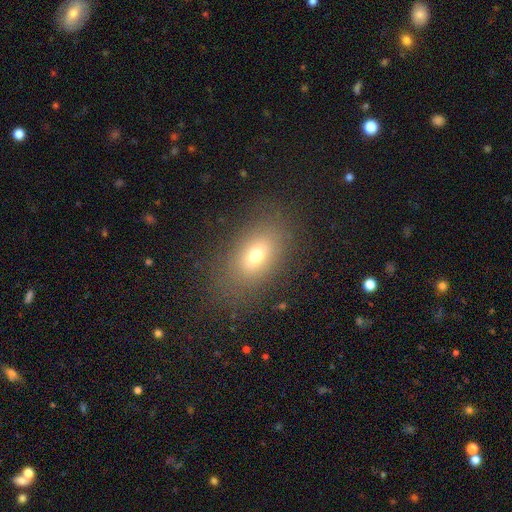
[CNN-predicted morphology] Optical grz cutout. It shows a smooth galaxy with no disk features (68%) that is in between round and cigar-shaped (82%). Merging: none (81%).